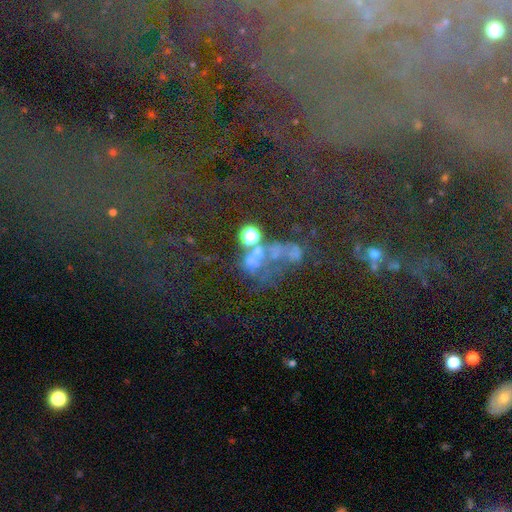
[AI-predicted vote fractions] Smooth or featured? Predicted: star or artifact (p=0.36).